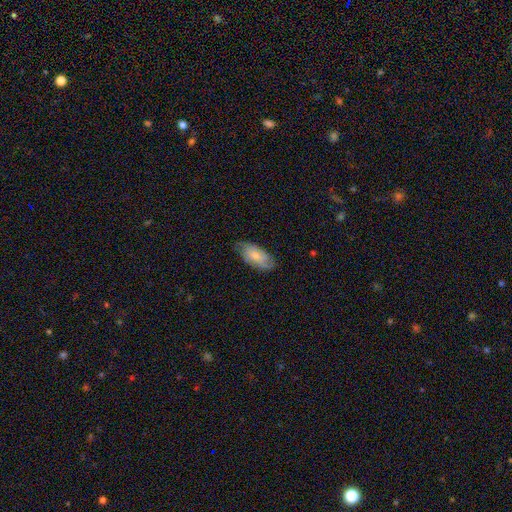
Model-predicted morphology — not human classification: type=smooth (55%); roundness=in between (90%); merging=none (69%).